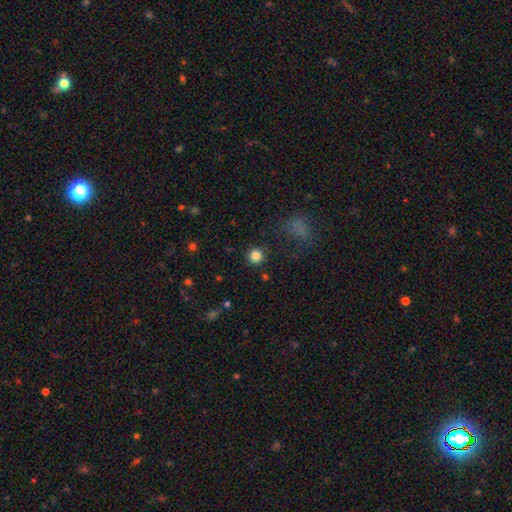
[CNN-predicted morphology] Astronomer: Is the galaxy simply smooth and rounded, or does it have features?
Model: smooth — 82%.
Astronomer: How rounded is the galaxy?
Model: round — 95%.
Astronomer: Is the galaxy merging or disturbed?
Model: none — 90%.